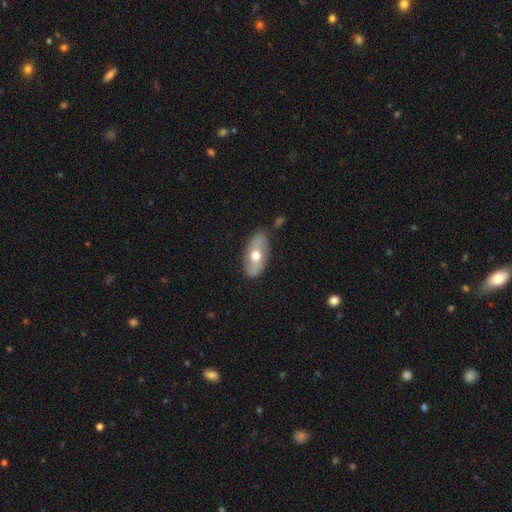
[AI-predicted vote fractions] smooth-or-featured: smooth: 49% | featured or disk: 45% | star or artifact: 6%
  merging: none: 77% | minor disturbance: 16% | major disturbance: 4% | merger: 3%